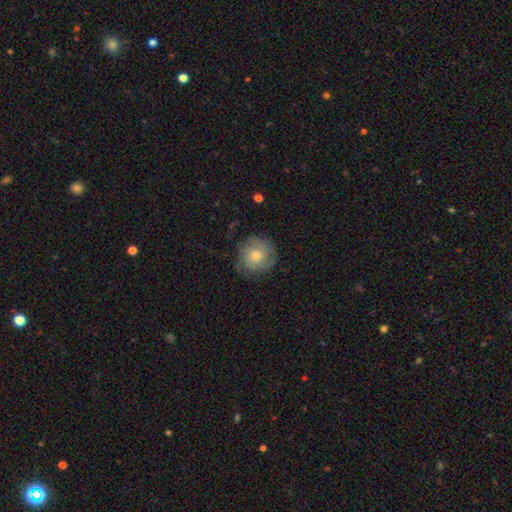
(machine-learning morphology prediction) This appears to be a smooth galaxy with no disk features (55%) that is round (91%). Merging: none (75%).